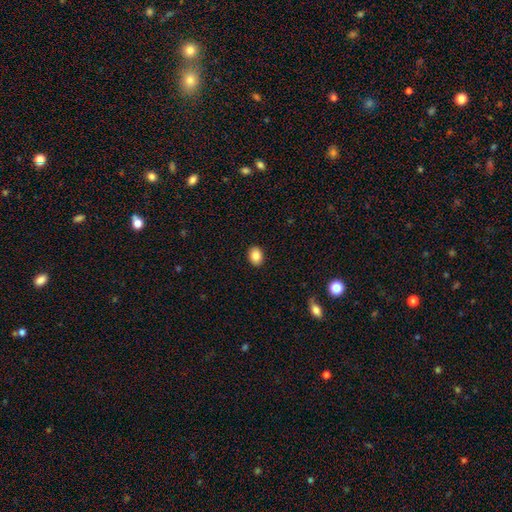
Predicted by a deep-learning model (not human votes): smooth 87%, star or artifact 9%, featured or disk 5%. Down the decision tree: how rounded — in between (65%); merging — none (91%).